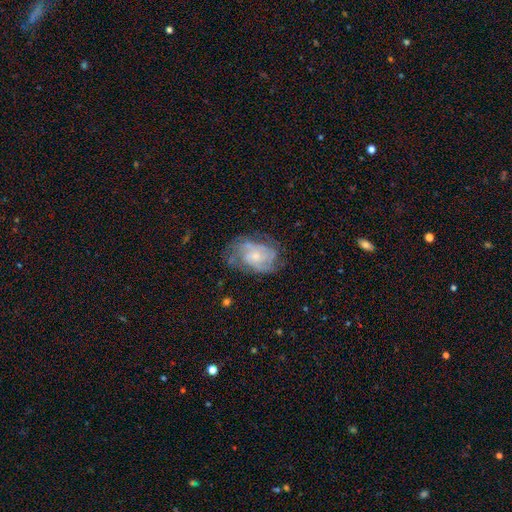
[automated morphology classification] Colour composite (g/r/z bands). It shows a featured or disk galaxy (77%) with no bar (70%), tight (52%) spiral arms (90%) and a small central bulge (59%). Merging: none (63%).